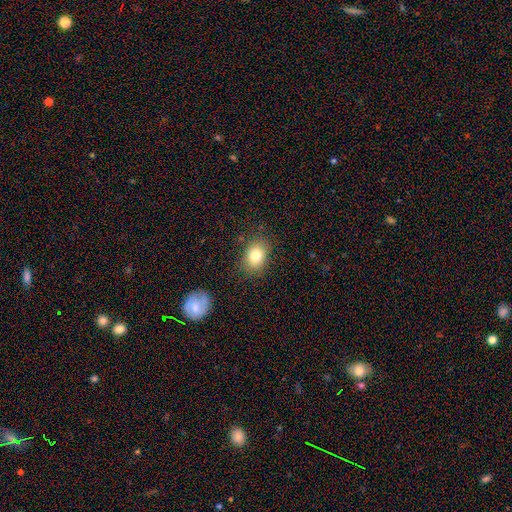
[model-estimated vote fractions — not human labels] smooth_or_featured: smooth (p=0.79) [alt: star or artifact p=0.10]
how_rounded: in between (p=0.62) [alt: round p=0.37]
merging: none (p=0.82) [alt: minor disturbance p=0.12]